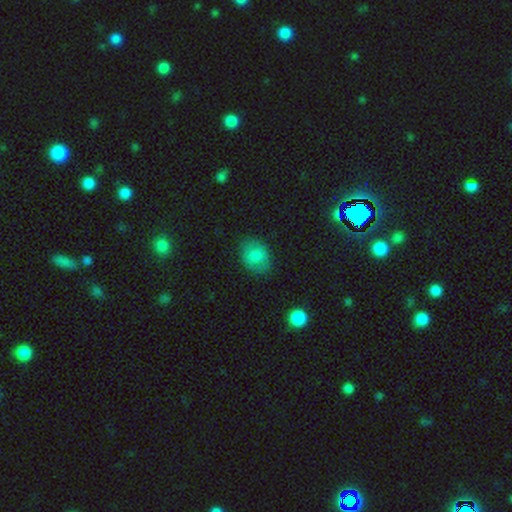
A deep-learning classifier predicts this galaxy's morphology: Overall: smooth (81%). How rounded: in between (59%; round 40%). Merging: none (76%).